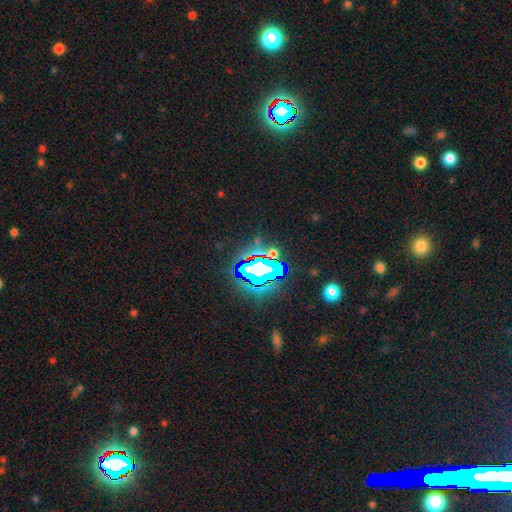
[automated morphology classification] Smooth or featured? Predicted: star or artifact (p=0.83).